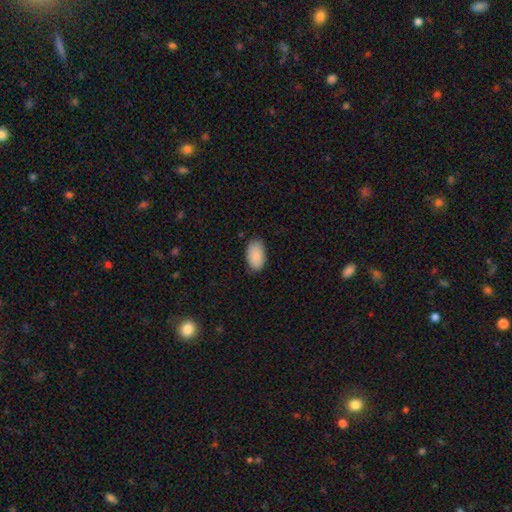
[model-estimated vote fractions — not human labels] This appears to be a smooth galaxy with no disk features (89%) that is in between round and cigar-shaped (94%). Merging: none (81%).